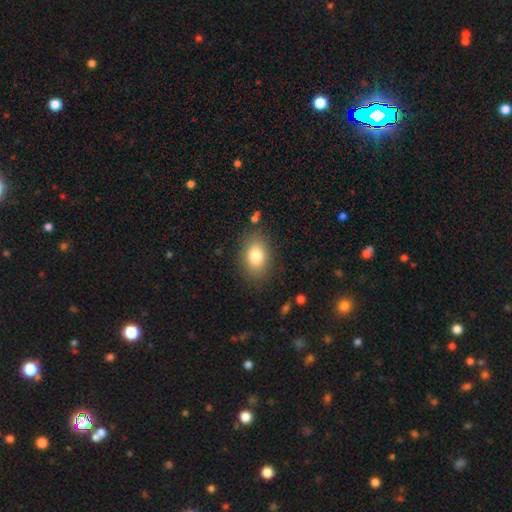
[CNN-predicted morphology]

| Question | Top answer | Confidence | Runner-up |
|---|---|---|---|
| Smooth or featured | smooth | 80% | featured or disk (11%) |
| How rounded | in between | 79% | round (20%) |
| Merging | none | 83% | minor disturbance (11%) |